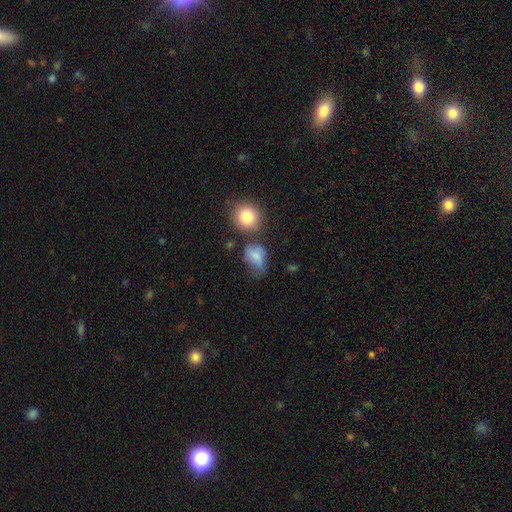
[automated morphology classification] Smooth or featured? Predicted: smooth (p=0.72). How rounded? Predicted: in between (p=0.58). Merging? Predicted: none (p=0.32, tied with minor disturbance).